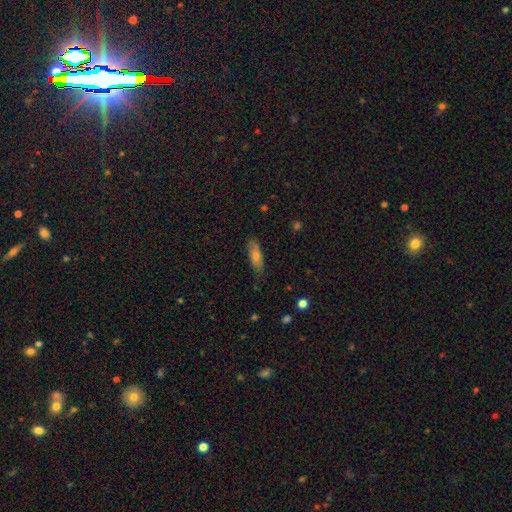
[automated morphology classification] The model was most divided on "how rounded": cigar-shaped: 54%, in between: 43%, round: 3%. More confident: merging — none (82%); smooth or featured — smooth (65%).